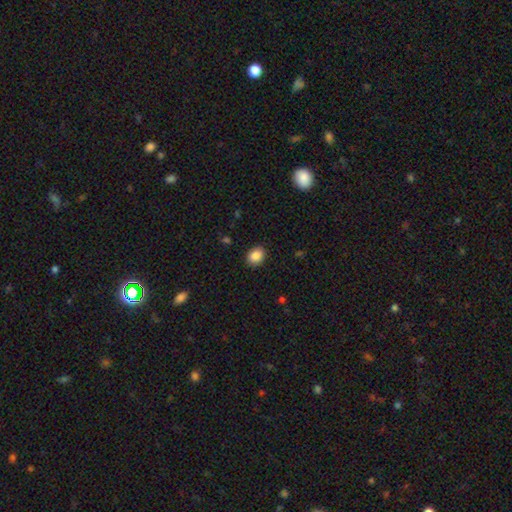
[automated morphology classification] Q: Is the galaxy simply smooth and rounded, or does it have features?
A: smooth — 88%.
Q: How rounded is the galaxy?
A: in between — 63%.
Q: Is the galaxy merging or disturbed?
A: none — 89%.